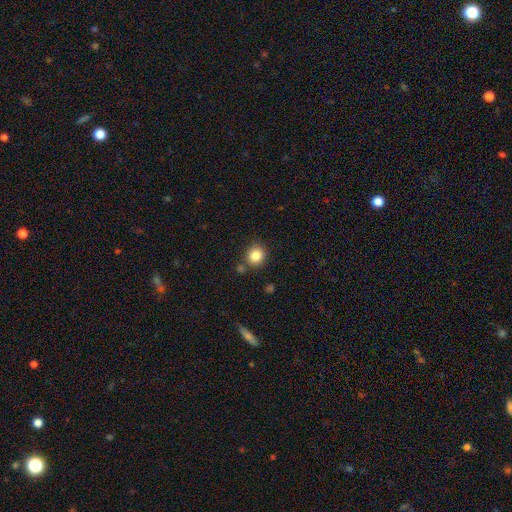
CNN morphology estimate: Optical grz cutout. It shows a smooth galaxy with no disk features (84%) that is round (80%). Merging: none (77%).